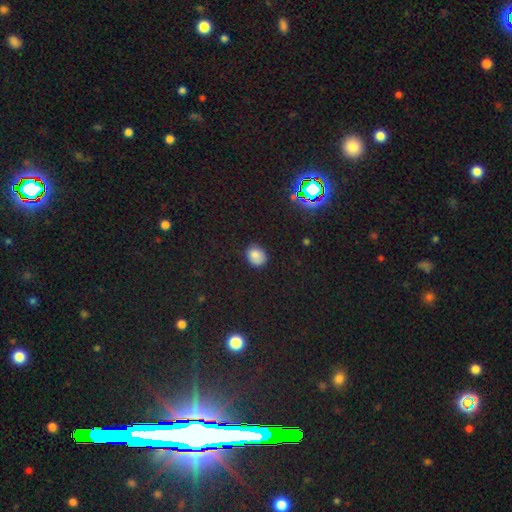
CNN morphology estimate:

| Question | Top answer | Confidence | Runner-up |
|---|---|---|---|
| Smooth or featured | smooth | 80% | star or artifact (15%) |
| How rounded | round | 64% | in between (35%) |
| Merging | none | 81% | minor disturbance (14%) |